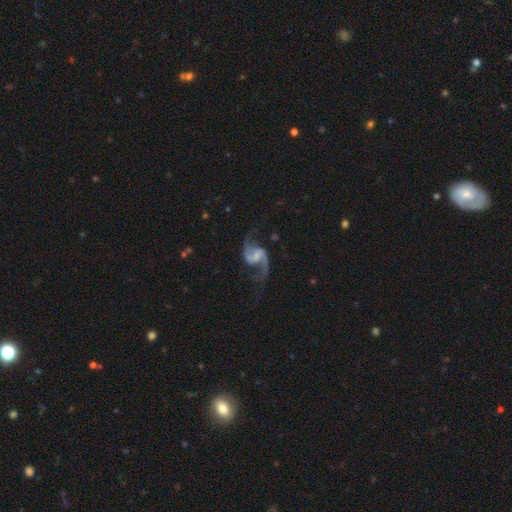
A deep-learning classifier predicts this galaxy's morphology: Smooth or featured?
  - featured or disk: 91% *
  - star or artifact: 5%
  - smooth: 4%
Edge-on disk?
  - no: 98% *
  - yes: 2%
Bar?
  - weak: 51% *
  - no: 26%
  - strong: 23%
Spiral arms?
  - yes: 98% *
  - no: 2%
Spiral winding?
  - loose: 69% *
  - medium: 27%
  - tight: 4%
Spiral arm count?
  - 2: 94% *
  - 1: 2%
  - can't tell: 1%
  - 3: 1%
  - 4: 1%
  - more than 4: 1%
Bulge size?
  - small: 39% *
  - none: 36%
  - moderate: 20%
  - large: 4%
  - dominant: 1%
Merging?
  - none: 73% *
  - minor disturbance: 14%
  - major disturbance: 11%
  - merger: 3%